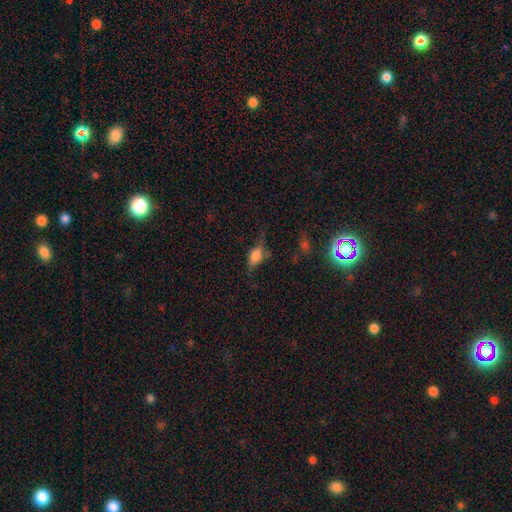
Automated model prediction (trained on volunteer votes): Overall: smooth (60%; featured or disk 27%). How rounded: in between (76%). Merging: none (47%; minor disturbance 29%).